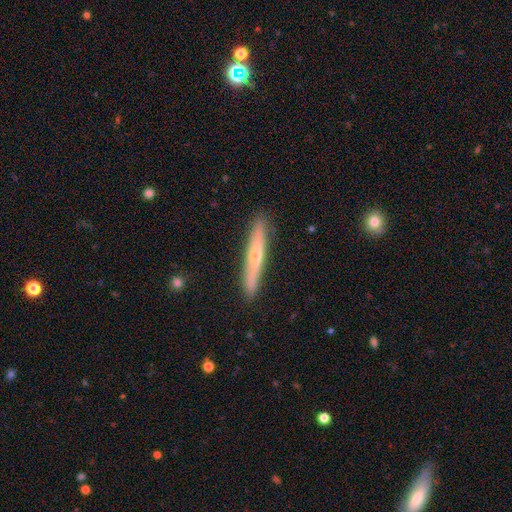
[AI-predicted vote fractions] Q: Smooth or featured?
A: featured or disk (52%); runner-up: smooth (42%)
Q: Edge-on disk?
A: yes (92%); runner-up: no (8%)
Q: Merging?
A: none (89%); runner-up: minor disturbance (8%)